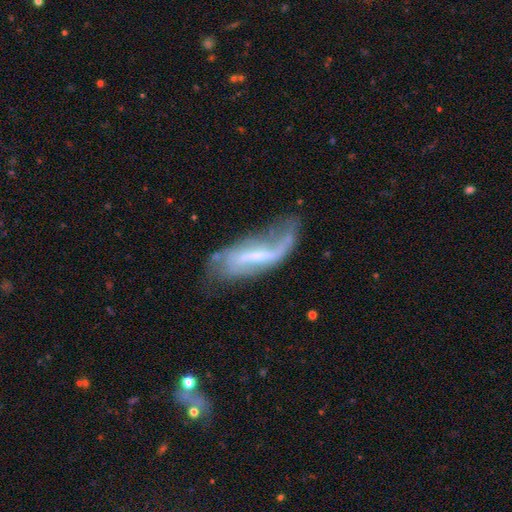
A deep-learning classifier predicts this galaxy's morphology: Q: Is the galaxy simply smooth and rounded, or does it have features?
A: featured or disk — 73%.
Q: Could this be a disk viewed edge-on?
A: no — 87%.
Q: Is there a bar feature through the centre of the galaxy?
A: strong — 45%.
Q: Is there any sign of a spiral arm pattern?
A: yes — 81%.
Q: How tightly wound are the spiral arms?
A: loose — 75%.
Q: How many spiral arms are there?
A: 2 — 62%.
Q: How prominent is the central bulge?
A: small — 45%.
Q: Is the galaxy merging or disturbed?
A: none — 41%.